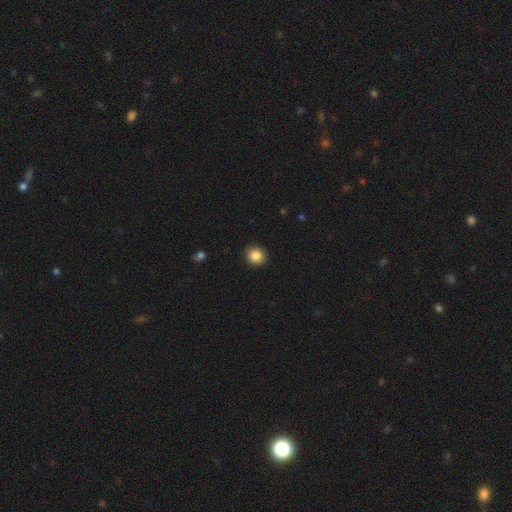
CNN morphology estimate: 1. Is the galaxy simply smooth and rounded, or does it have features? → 87% smooth, 10% star or artifact, 4% featured or disk.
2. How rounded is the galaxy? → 87% round, 12% in between, 1% cigar-shaped.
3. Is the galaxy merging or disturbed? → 92% none, 5% minor disturbance, 2% major disturbance, 1% merger.